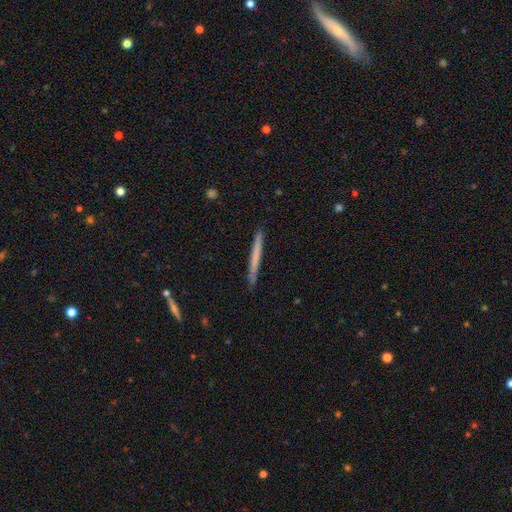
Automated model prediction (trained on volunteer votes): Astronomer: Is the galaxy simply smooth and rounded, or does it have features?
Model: smooth — 61%.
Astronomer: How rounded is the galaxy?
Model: cigar-shaped — 97%.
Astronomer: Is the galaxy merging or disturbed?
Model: none — 91%.